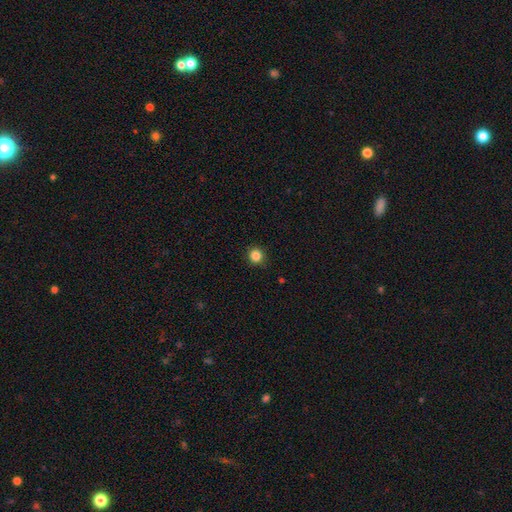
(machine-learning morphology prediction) A smooth galaxy with no disk features (85%) that is round (92%).

Vote fractions:
- Smooth or featured? smooth: 85% / star or artifact: 12% / featured or disk: 4%
- How rounded? round: 92% / in between: 7% / cigar-shaped: 1%
- Merging? none: 90% / minor disturbance: 7% / major disturbance: 2% / merger: 1%